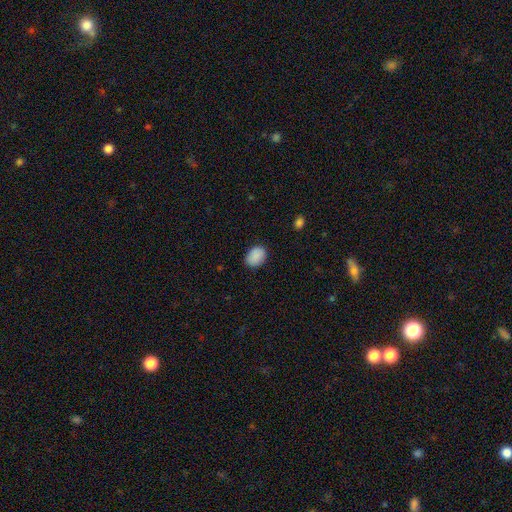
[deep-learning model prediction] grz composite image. It shows a smooth galaxy with no disk features (89%) that is in between round and cigar-shaped (64%). Merging: none (84%).